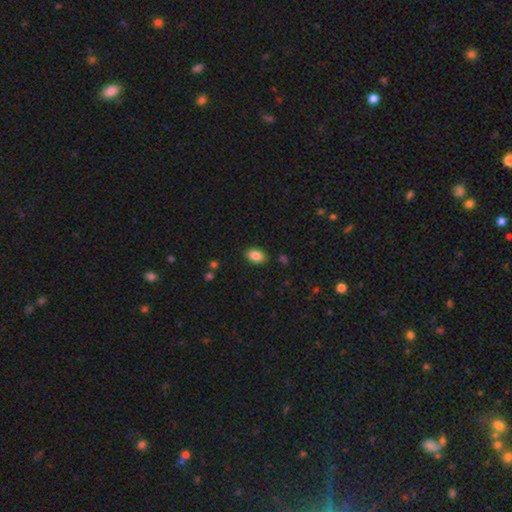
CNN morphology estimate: type=smooth (87%); roundness=in between (88%); merging=none (86%).